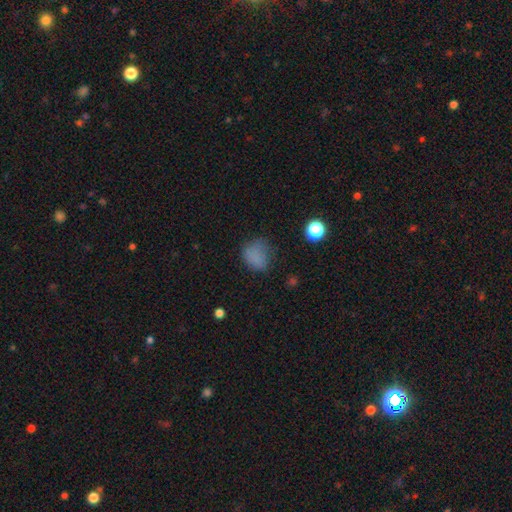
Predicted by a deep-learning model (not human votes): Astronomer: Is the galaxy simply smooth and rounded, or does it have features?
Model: smooth — 77%.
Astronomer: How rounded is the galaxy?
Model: round — 65%.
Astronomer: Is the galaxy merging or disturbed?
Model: none — 61%.